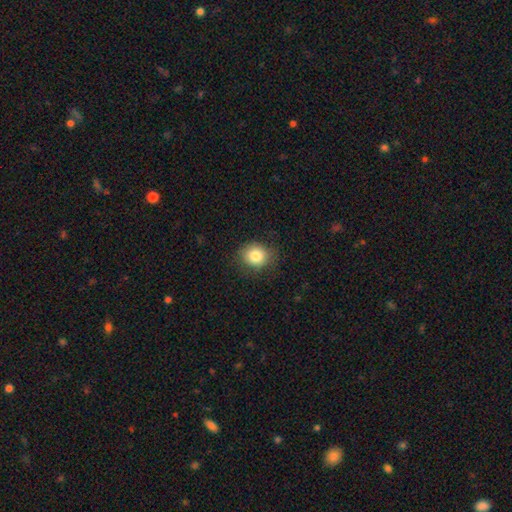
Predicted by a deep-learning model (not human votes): Smooth or featured?
  - smooth: 83% *
  - star or artifact: 10%
  - featured or disk: 7%
How rounded?
  - round: 74% *
  - in between: 25%
  - cigar-shaped: 1%
Merging?
  - none: 83% *
  - minor disturbance: 13%
  - major disturbance: 4%
  - merger: 1%